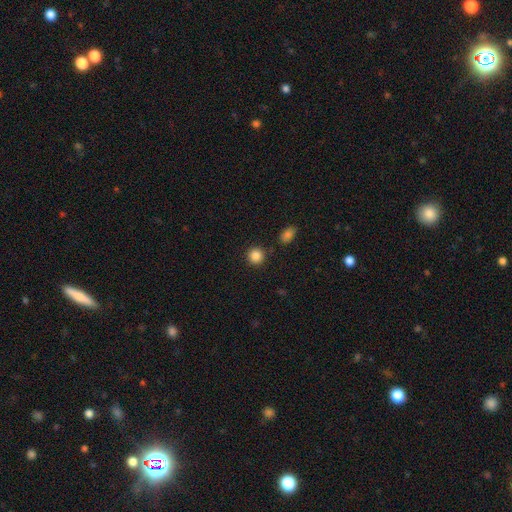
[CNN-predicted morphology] smooth-or-featured: smooth: 87% | star or artifact: 10% | featured or disk: 4%
  how-rounded: round: 92% | in between: 7% | cigar-shaped: 1%
  merging: none: 88% | minor disturbance: 6% | merger: 4% | major disturbance: 2%